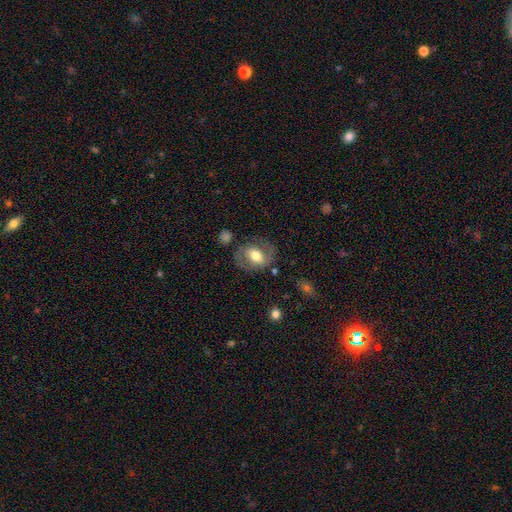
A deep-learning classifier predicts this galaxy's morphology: smooth 51%, featured or disk 42%, star or artifact 7%. Down the decision tree: how rounded — in between (61%); merging — none (71%).